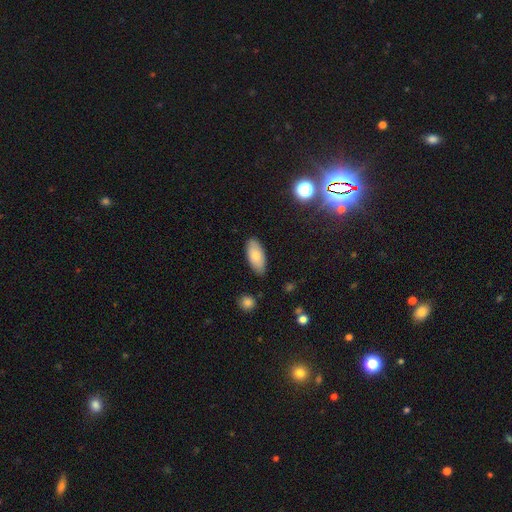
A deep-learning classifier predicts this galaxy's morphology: Smooth or featured? smooth (78%)
How rounded? in between (90%)
Merging? none (81%)